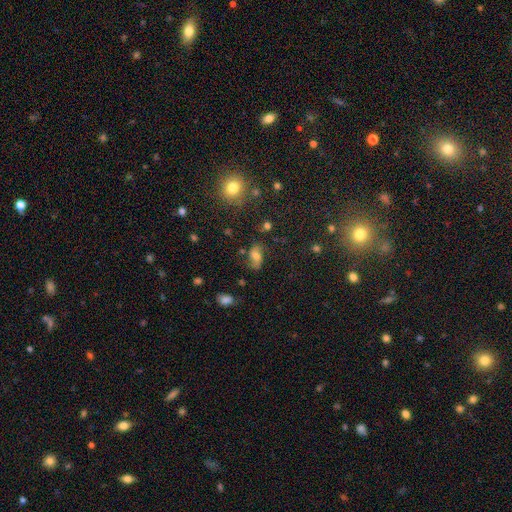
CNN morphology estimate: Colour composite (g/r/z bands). It shows a smooth galaxy with no disk features (44%). Merging: none (63%).